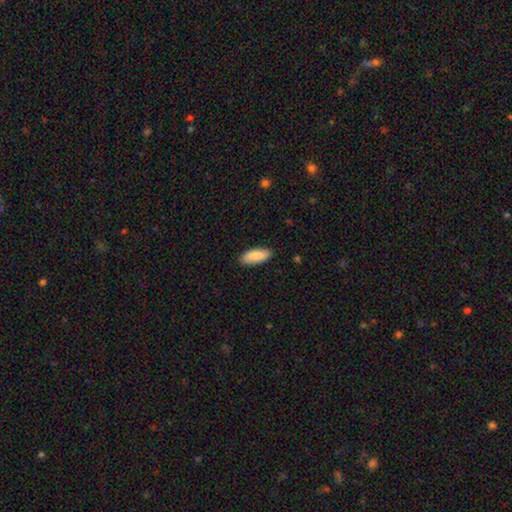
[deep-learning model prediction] Smooth or featured: smooth — 85% (featured or disk — 9%)
How rounded: in between — 76% (cigar-shaped — 22%)
Merging: none — 87% (minor disturbance — 10%)